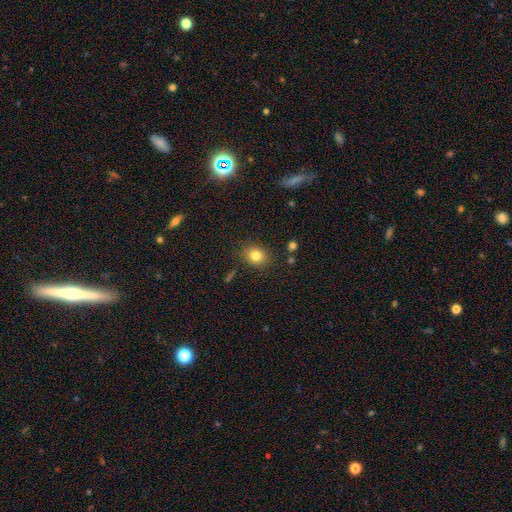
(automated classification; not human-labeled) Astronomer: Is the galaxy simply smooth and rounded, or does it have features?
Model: smooth — 81%.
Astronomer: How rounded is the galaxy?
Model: round — 62%.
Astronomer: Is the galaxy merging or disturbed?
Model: none — 86%.